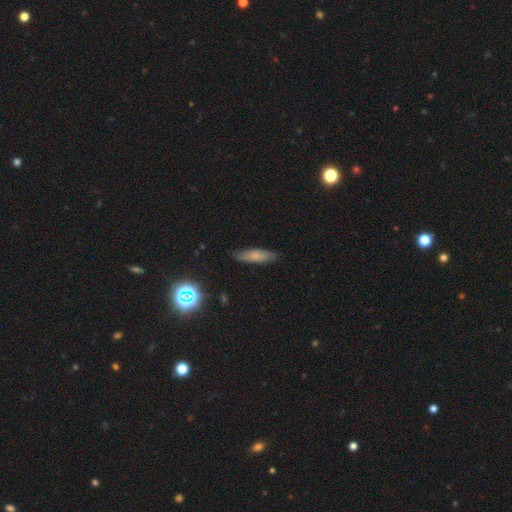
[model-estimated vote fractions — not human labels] Morphology: type=smooth (70%); roundness=cigar-shaped (63%); merging=none (83%).